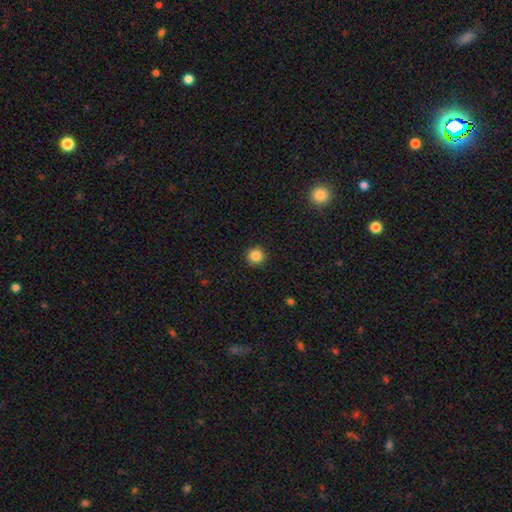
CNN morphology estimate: type=smooth (85%); roundness=round (95%); merging=none (92%).